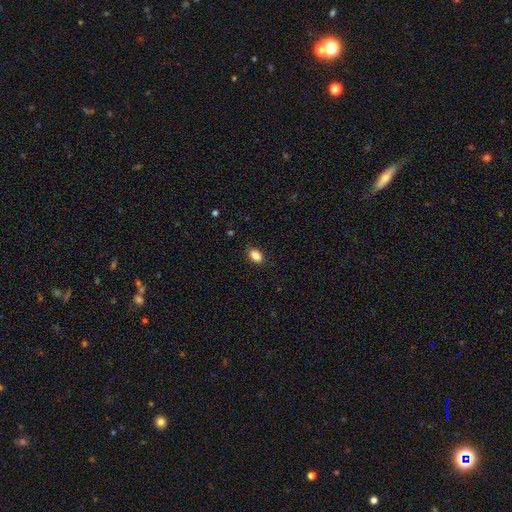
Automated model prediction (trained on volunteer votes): A smooth galaxy with no disk features (88%) that is in between round and cigar-shaped (89%).

Vote fractions:
- Smooth or featured? smooth: 88% / star or artifact: 9% / featured or disk: 4%
- How rounded? in between: 89% / round: 9% / cigar-shaped: 2%
- Merging? none: 88% / minor disturbance: 9% / major disturbance: 2% / merger: 1%